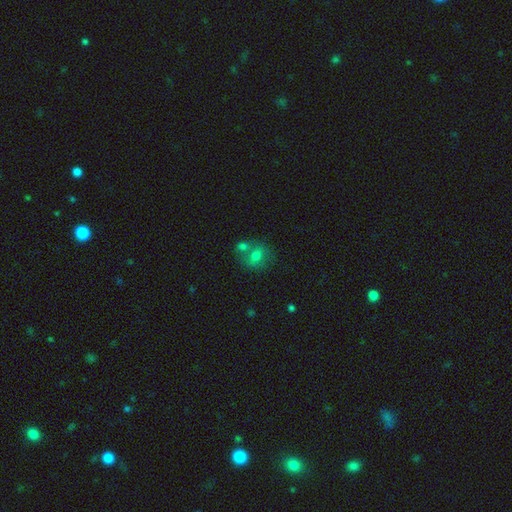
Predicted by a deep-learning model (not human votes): Smooth or featured? Predicted: smooth (p=0.70). How rounded? Predicted: round (p=0.62). Merging? Predicted: none (p=0.46).